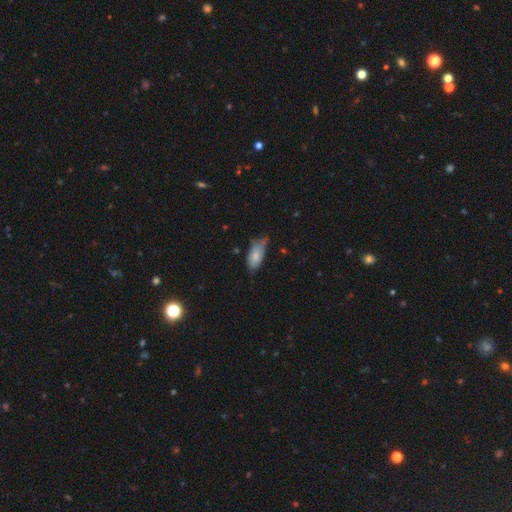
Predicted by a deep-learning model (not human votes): Overall: smooth (77%). How rounded: in between (88%). Merging: none (45%; minor disturbance 42%).